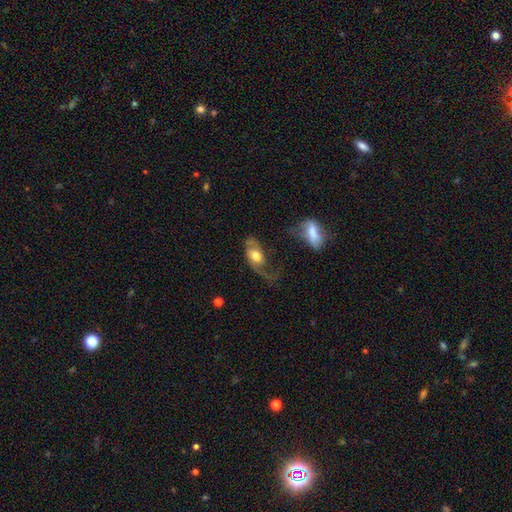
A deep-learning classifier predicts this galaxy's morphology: featured or disk 60%, smooth 34%, star or artifact 7%. Down the decision tree: edge-on disk — no (92%); bar — no (68%); spiral arms — yes (79%); bulge size — moderate (62%); merging — major disturbance (41%).